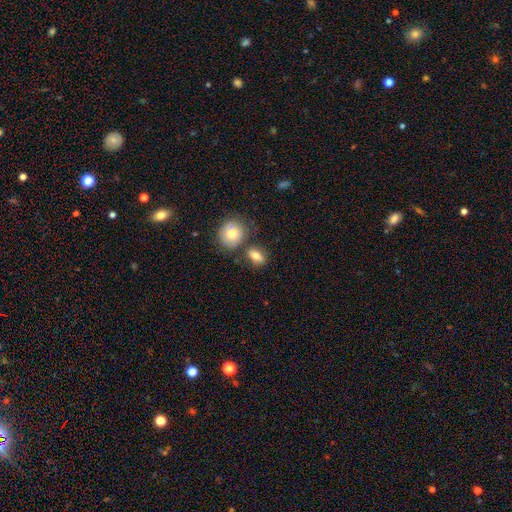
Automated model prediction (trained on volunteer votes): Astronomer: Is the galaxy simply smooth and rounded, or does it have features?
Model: smooth — 77%.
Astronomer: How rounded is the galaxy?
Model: in between — 66%.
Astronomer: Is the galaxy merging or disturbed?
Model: none — 69%.